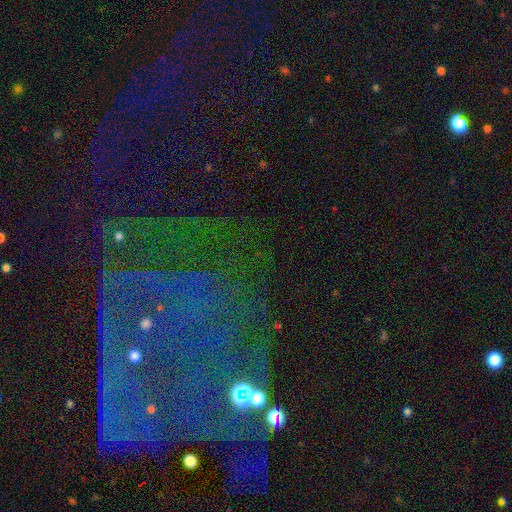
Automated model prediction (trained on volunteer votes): Morphology: type=star or artifact (62%).